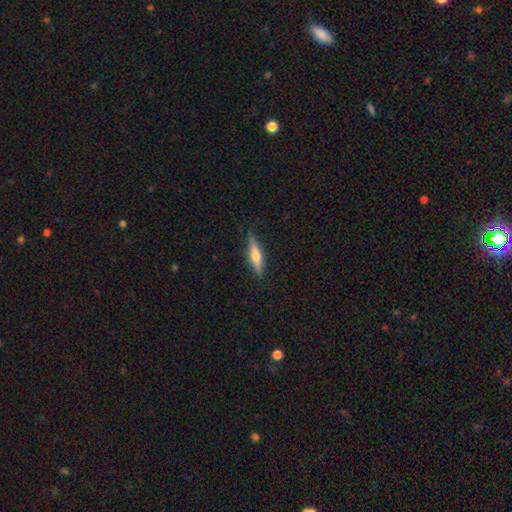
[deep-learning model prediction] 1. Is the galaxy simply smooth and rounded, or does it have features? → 51% featured or disk, 43% smooth, 6% star or artifact.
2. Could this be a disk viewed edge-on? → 95% yes, 5% no.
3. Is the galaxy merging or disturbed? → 88% none, 9% minor disturbance, 2% major disturbance, 1% merger.